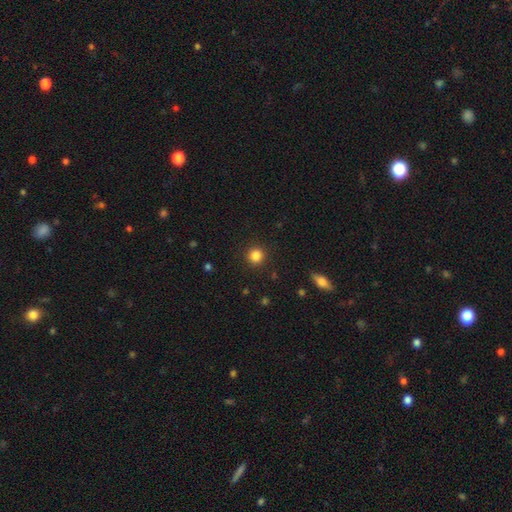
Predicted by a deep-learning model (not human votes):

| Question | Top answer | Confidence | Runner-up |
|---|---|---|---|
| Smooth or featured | smooth | 84% | star or artifact (12%) |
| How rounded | round | 94% | in between (5%) |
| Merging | none | 91% | minor disturbance (5%) |